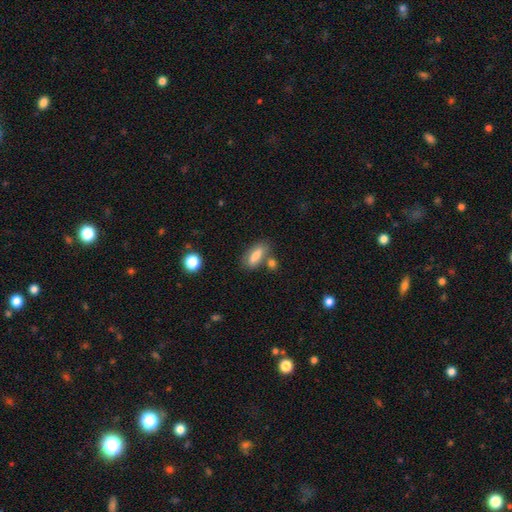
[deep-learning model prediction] smooth 78%, featured or disk 14%, star or artifact 8%. Down the decision tree: how rounded — in between (71%); merging — none (66%).